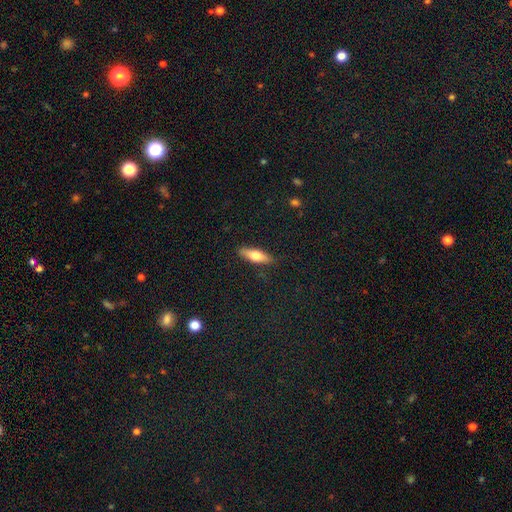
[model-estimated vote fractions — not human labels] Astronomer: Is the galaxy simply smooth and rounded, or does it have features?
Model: smooth — 62%.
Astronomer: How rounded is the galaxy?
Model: cigar-shaped — 57% (runner-up: in between, 41%).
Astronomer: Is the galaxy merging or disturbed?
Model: none — 87%.